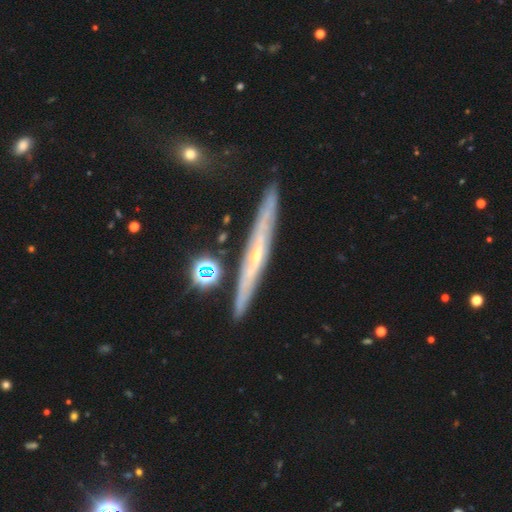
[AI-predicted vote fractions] A featured or disk galaxy (74%) viewed edge-on (91%) with a rounded central bulge (49%). Merging: none (85%).